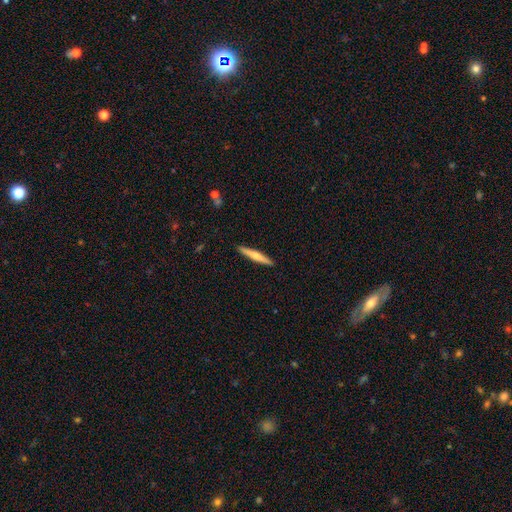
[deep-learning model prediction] smooth 51%, featured or disk 44%, star or artifact 5%. Down the decision tree: how rounded — cigar-shaped (94%); merging — none (92%).